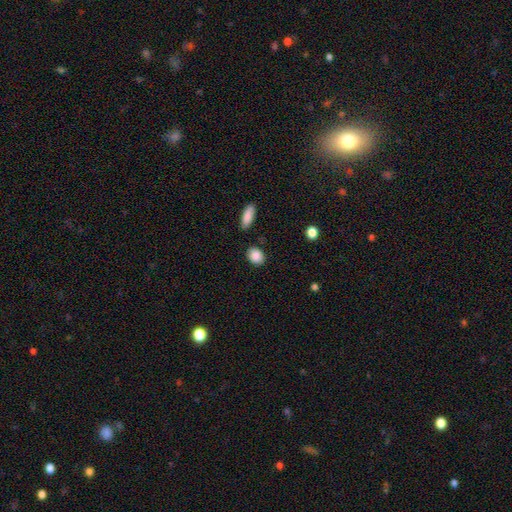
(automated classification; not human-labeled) Smooth or featured?
  - smooth: 88% *
  - star or artifact: 7%
  - featured or disk: 4%
How rounded?
  - in between: 56% *
  - round: 42%
  - cigar-shaped: 2%
Merging?
  - none: 84% *
  - minor disturbance: 10%
  - merger: 3%
  - major disturbance: 3%